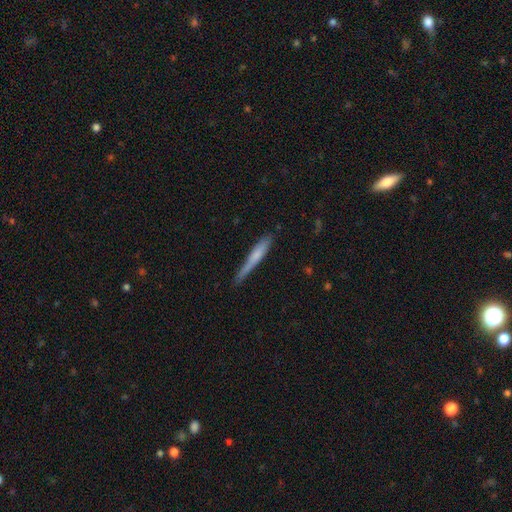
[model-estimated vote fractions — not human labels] This is likely a smooth galaxy (61%). How rounded: clearly cigar-shaped (95%). Merging: likely none (68%).